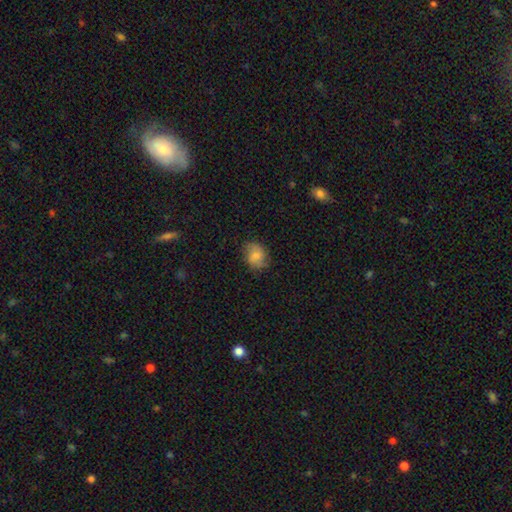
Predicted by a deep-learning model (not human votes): Smooth or featured? Predicted: smooth (p=0.72). How rounded? Predicted: round (p=0.52). Merging? Predicted: none (p=0.74).